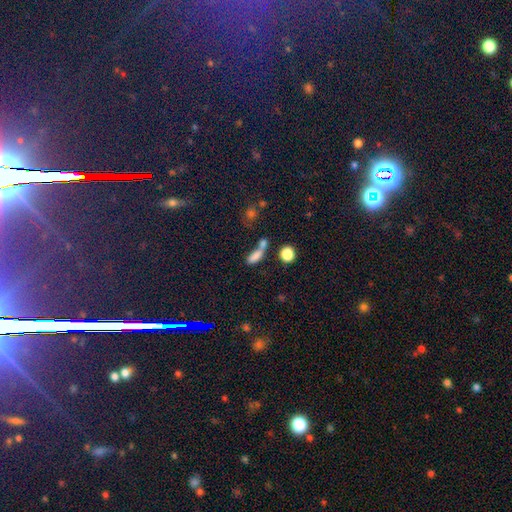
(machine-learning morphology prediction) smooth-or-featured: smooth: 75% | star or artifact: 14% | featured or disk: 10%
  how-rounded: in between: 59% | cigar-shaped: 31% | round: 10%
  merging: none: 39% | merger: 36% | minor disturbance: 14% | major disturbance: 10%